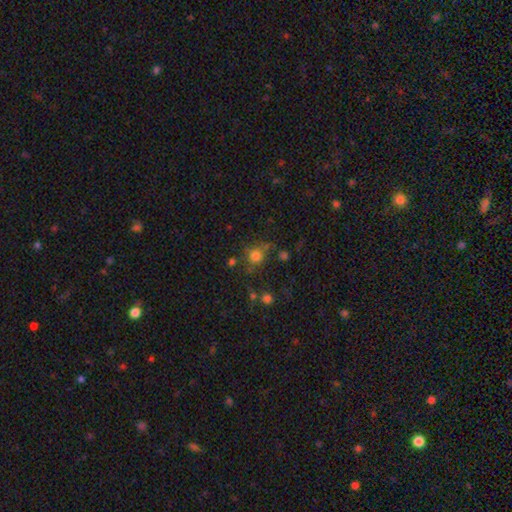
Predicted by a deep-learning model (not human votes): smooth_or_featured: smooth (p=0.76) [alt: star or artifact p=0.17]
how_rounded: round (p=0.90) [alt: in between p=0.09]
merging: none (p=0.71) [alt: minor disturbance p=0.13]